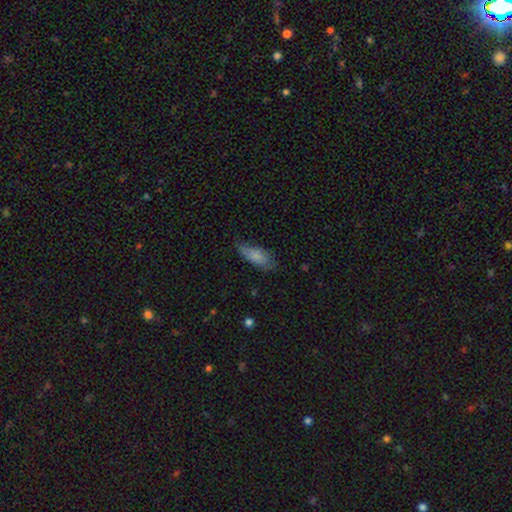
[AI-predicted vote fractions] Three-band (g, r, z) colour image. It shows a smooth galaxy with no disk features (78%) that is in between round and cigar-shaped (82%). Merging: none (57%).